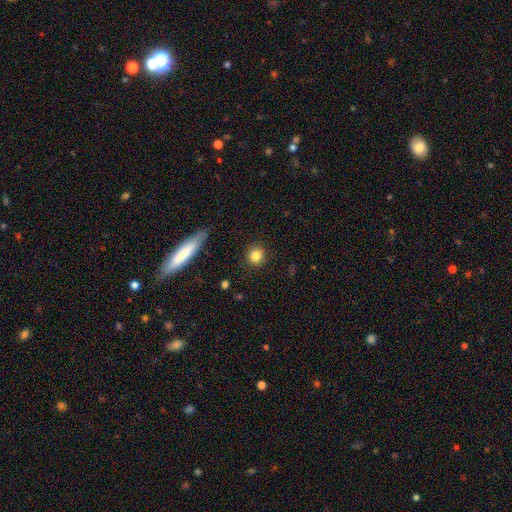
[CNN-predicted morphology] This is clearly a smooth galaxy (84%). How rounded: clearly round (87%). Merging: clearly none (89%).